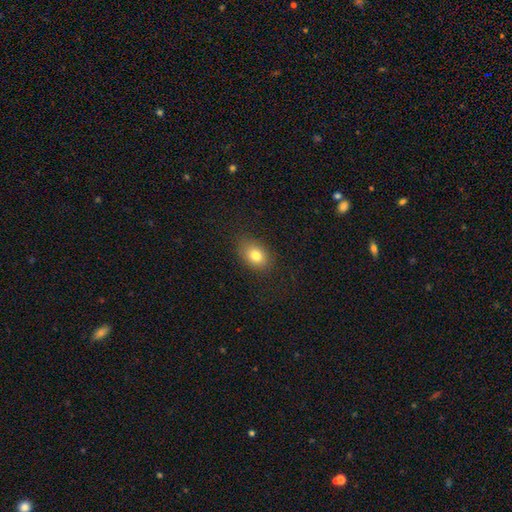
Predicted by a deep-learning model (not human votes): Smooth or featured: smooth — 80% (featured or disk — 10%)
How rounded: in between — 77% (round — 21%)
Merging: none — 82% (minor disturbance — 13%)